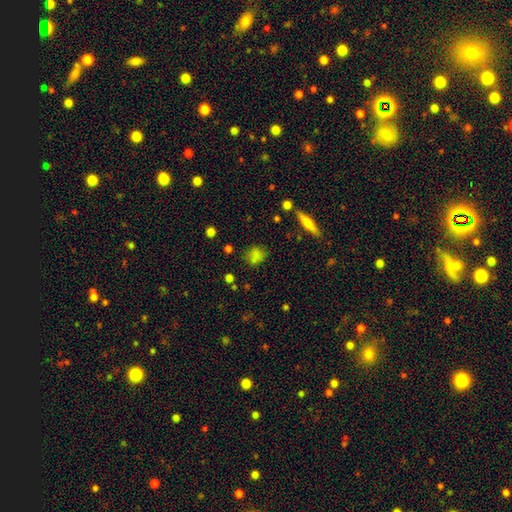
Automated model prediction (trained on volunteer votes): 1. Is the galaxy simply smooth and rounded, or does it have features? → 72% smooth, 16% star or artifact, 12% featured or disk.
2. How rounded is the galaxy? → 54% round, 42% in between, 4% cigar-shaped.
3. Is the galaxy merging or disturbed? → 73% none, 16% minor disturbance, 6% merger, 5% major disturbance.